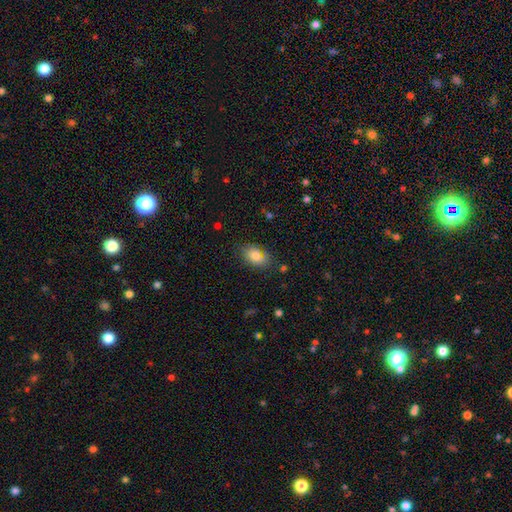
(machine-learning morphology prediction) smooth_or_featured: smooth (p=0.80) [alt: featured or disk p=0.11]
how_rounded: in between (p=0.85) [alt: round p=0.13]
merging: none (p=0.75) [alt: minor disturbance p=0.19]